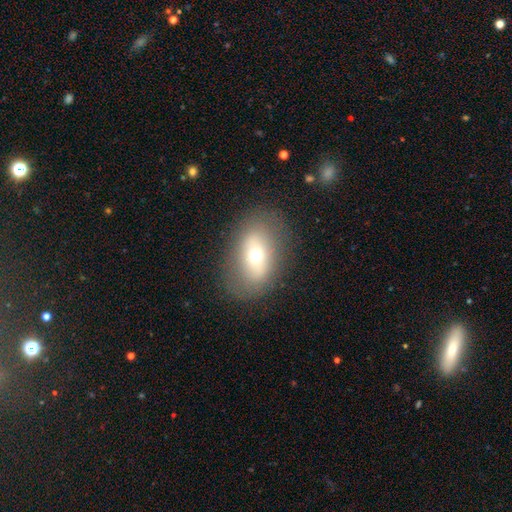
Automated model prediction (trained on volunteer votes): A smooth galaxy with no disk features (56%) that is in between round and cigar-shaped (80%). Merging: none (82%).